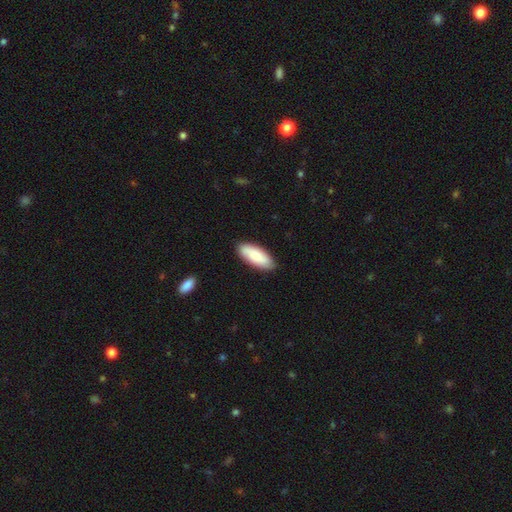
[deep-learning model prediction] smooth 82%, featured or disk 13%, star or artifact 5%. Down the decision tree: how rounded — in between (78%); merging — none (86%).